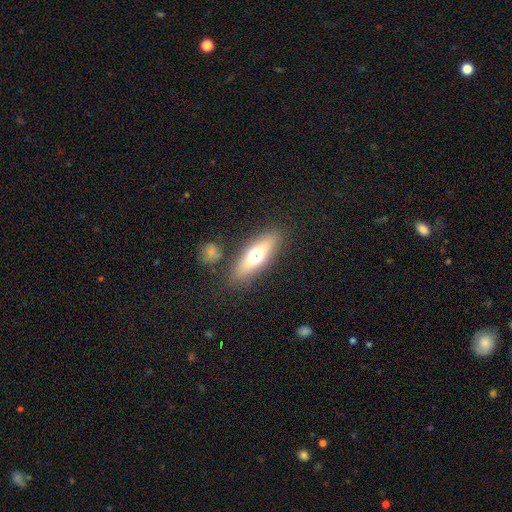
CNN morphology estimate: The model was most divided on "how rounded": in between: 55%, cigar-shaped: 39%, round: 6%. More confident: merging — none (81%); smooth or featured — smooth (55%).